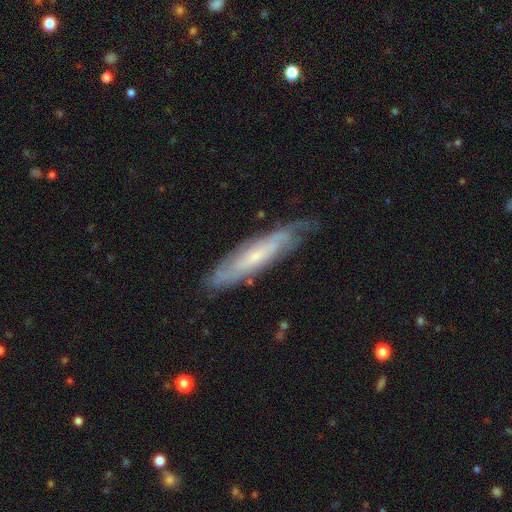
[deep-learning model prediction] Morphology: type=featured or disk (72%); edge-on=no (65%); merging=none (71%).